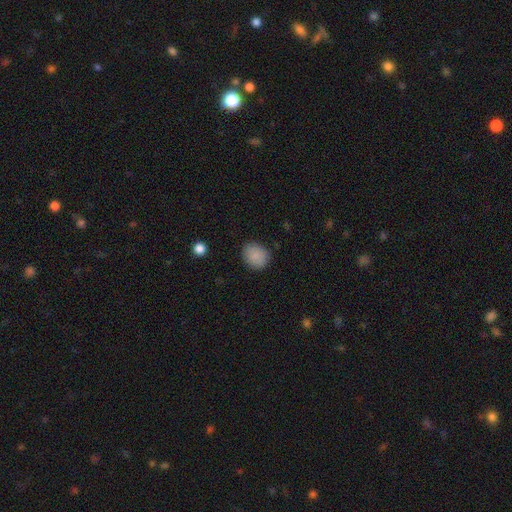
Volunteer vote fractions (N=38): Smooth or featured? smooth (84%)
How rounded? round (69%)
Merging? none (74%)